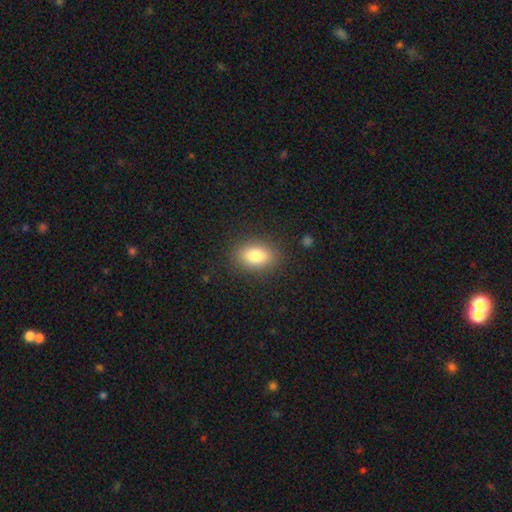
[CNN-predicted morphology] A smooth galaxy with no disk features (82%) that is in between round and cigar-shaped (81%). Merging: none (86%).